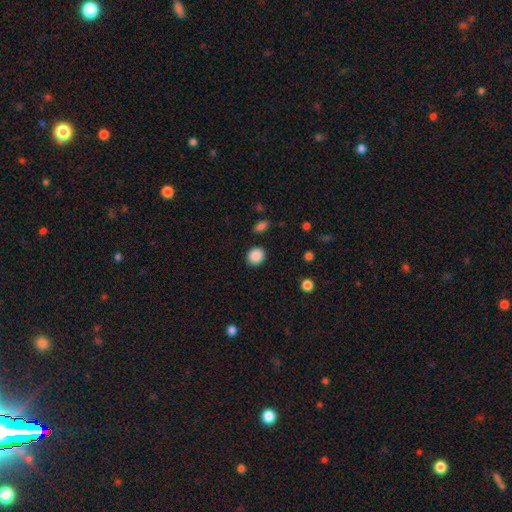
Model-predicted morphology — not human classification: The model was most divided on "how rounded": round: 68%, in between: 31%, cigar-shaped: 1%. More confident: smooth or featured — smooth (88%); merging — none (87%).